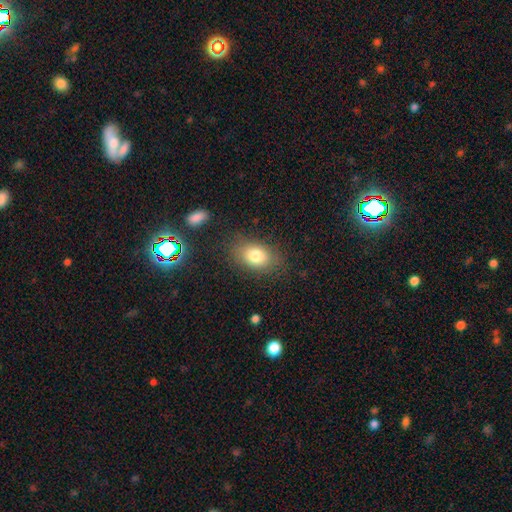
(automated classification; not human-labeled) smooth 79%, featured or disk 11%, star or artifact 10%. Down the decision tree: how rounded — in between (78%); merging — none (79%).